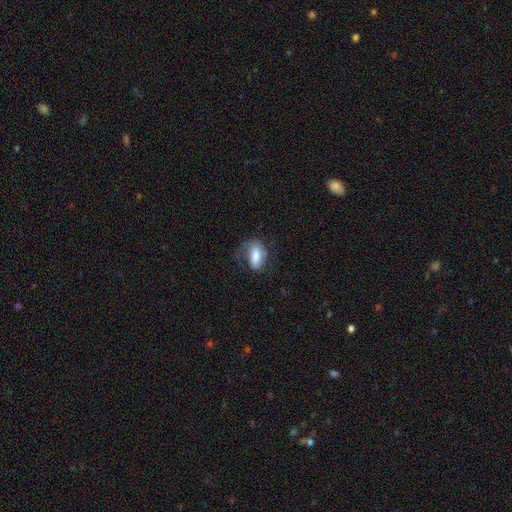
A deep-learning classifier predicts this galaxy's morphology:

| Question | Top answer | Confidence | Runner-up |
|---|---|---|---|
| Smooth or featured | smooth | 71% | featured or disk (21%) |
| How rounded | in between | 87% | cigar-shaped (7%) |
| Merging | none | 55% | minor disturbance (26%) |